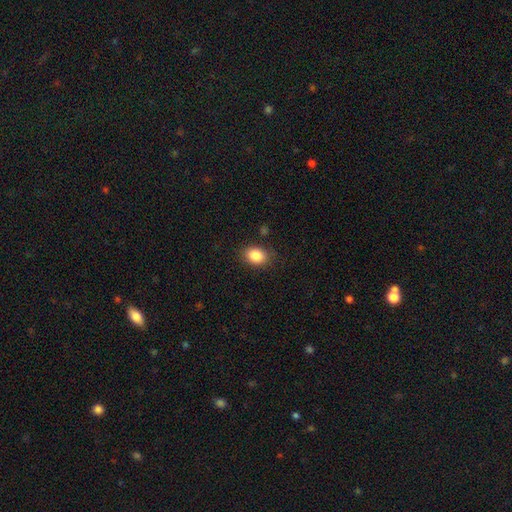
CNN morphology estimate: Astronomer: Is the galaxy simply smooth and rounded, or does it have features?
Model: smooth — 86%.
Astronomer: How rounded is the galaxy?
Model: in between — 68%.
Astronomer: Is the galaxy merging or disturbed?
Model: none — 83%.